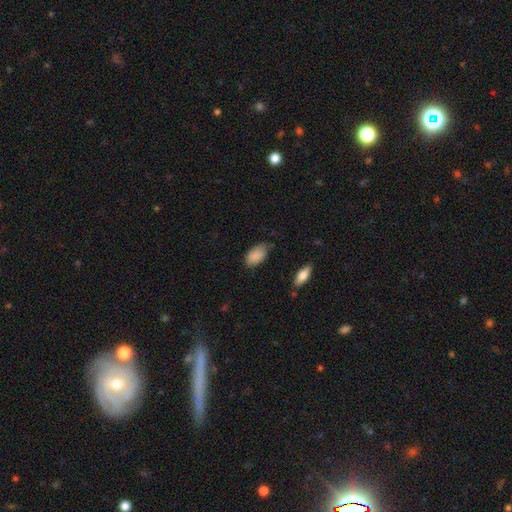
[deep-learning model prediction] Smooth or featured? smooth (87%)
How rounded? in between (93%)
Merging? none (63%)